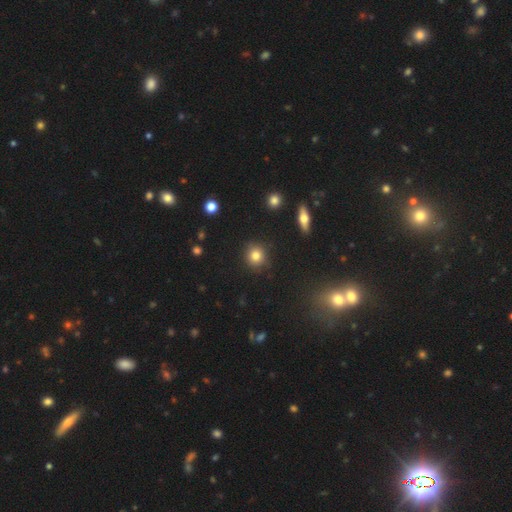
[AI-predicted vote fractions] This is clearly a smooth galaxy (81%). How rounded: clearly round (89%). Merging: clearly none (87%).